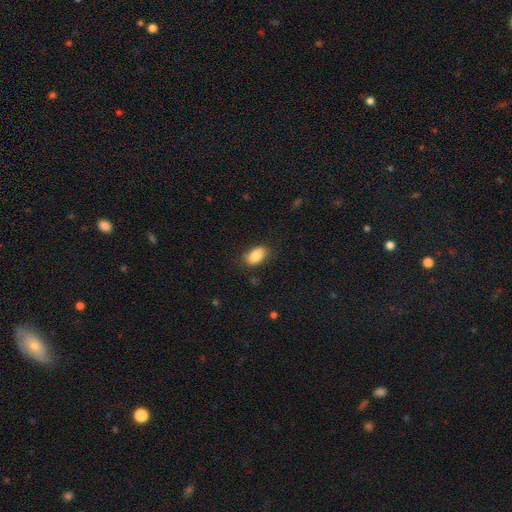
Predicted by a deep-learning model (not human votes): Q: Smooth or featured?
A: smooth (83%); runner-up: featured or disk (9%)
Q: How rounded?
A: in between (90%); runner-up: round (7%)
Q: Merging?
A: none (79%); runner-up: minor disturbance (16%)